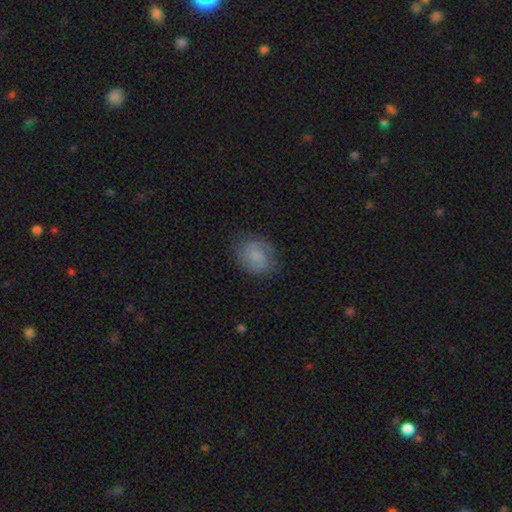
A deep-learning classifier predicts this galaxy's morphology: Smooth or featured? Predicted: smooth (p=0.62). How rounded? Predicted: round (p=0.50). Merging? Predicted: none (p=0.75).